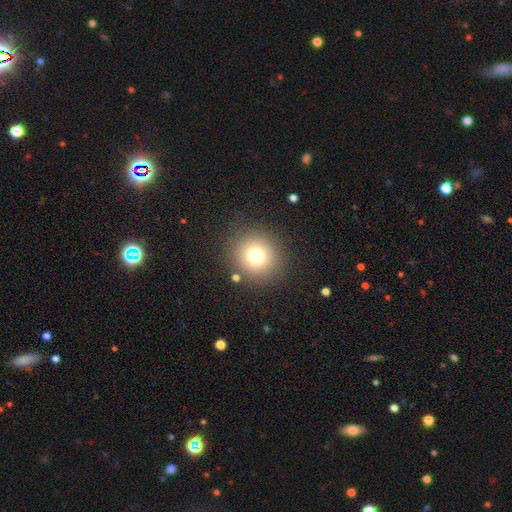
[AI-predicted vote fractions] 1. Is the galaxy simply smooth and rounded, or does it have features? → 74% smooth, 15% star or artifact, 11% featured or disk.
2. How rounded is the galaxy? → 91% round, 8% in between, 1% cigar-shaped.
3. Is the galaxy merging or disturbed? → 87% none, 7% minor disturbance, 4% major disturbance, 3% merger.